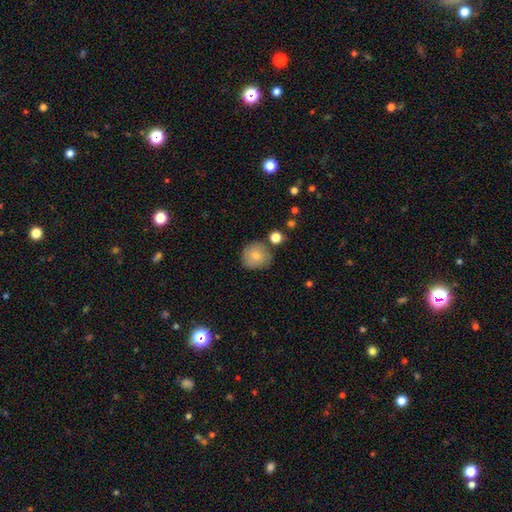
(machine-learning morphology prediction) Smooth or featured? Predicted: smooth (p=0.79). How rounded? Predicted: round (p=0.88). Merging? Predicted: none (p=0.75).